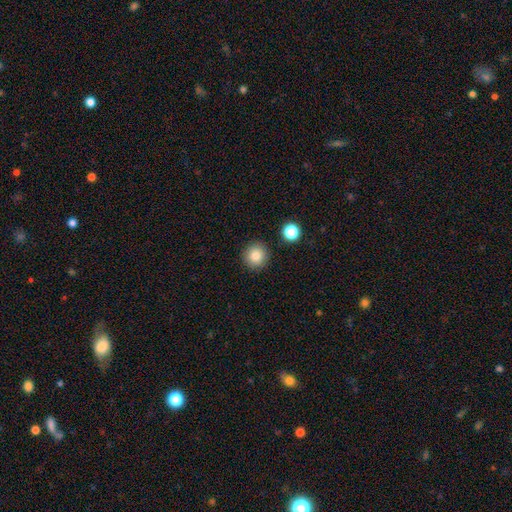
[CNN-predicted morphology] Smooth or featured? smooth (83%)
How rounded? round (95%)
Merging? none (90%)